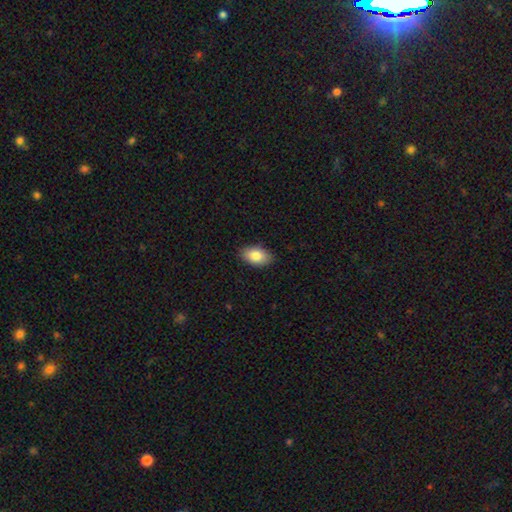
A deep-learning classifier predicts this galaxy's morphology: smooth_or_featured: smooth (p=0.84) [alt: featured or disk p=0.09]
how_rounded: in between (p=0.93) [alt: round p=0.06]
merging: none (p=0.88) [alt: minor disturbance p=0.10]